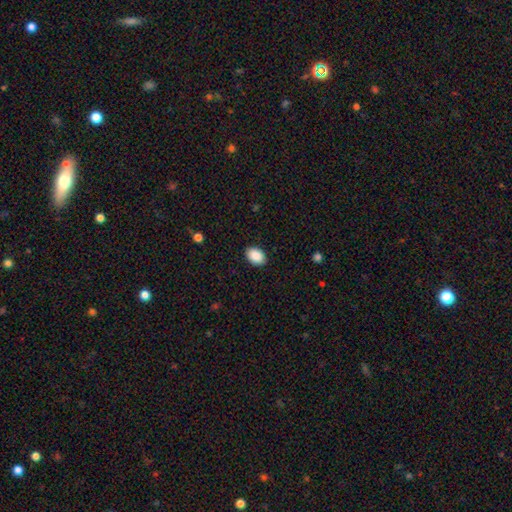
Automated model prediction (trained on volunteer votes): Smooth or featured?
  - smooth: 90% *
  - star or artifact: 7%
  - featured or disk: 3%
How rounded?
  - in between: 84% *
  - round: 15%
  - cigar-shaped: 1%
Merging?
  - none: 90% *
  - minor disturbance: 7%
  - major disturbance: 2%
  - merger: 1%